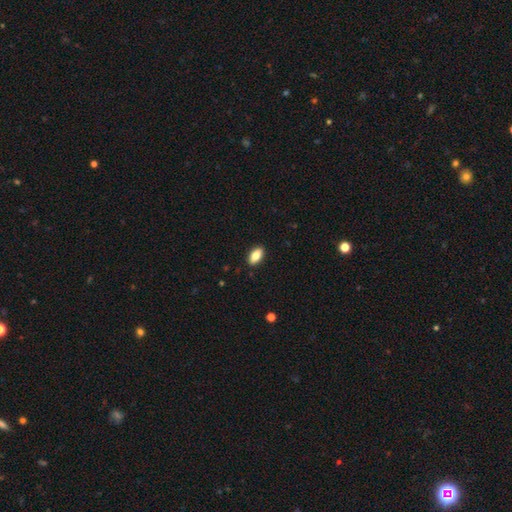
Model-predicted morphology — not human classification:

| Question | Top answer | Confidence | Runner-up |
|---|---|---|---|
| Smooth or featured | smooth | 80% | featured or disk (13%) |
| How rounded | in between | 89% | cigar-shaped (7%) |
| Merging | none | 90% | minor disturbance (7%) |